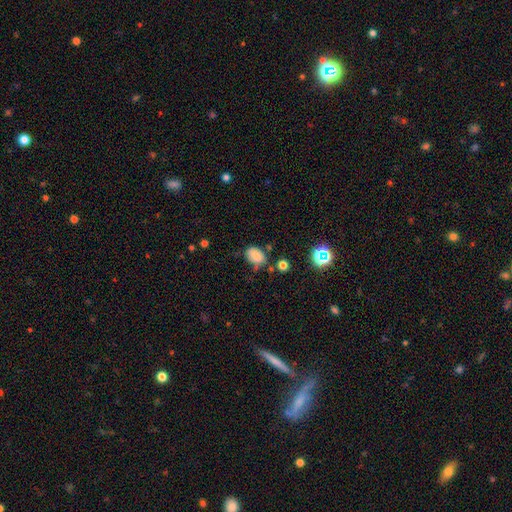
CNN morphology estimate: A smooth galaxy with no disk features (79%) that is in between round and cigar-shaped (80%). Merging: none (66%).